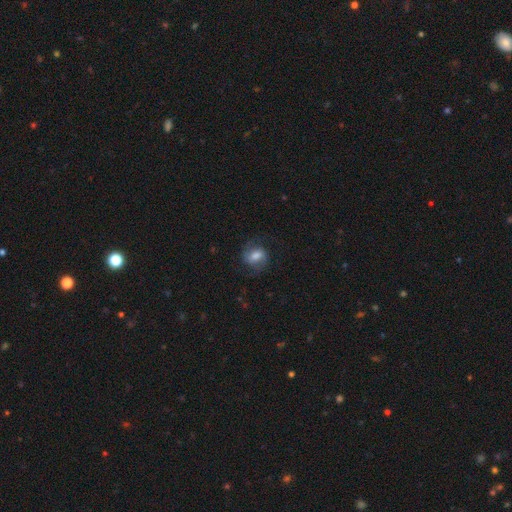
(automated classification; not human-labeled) Overall: featured or disk (53%; smooth 39%). Edge-on disk: no (97%). Bar: weak (47%; no 28%). Spiral arms: yes (89%). Bulge size: moderate (46%; large 26%). Merging: none (70%).